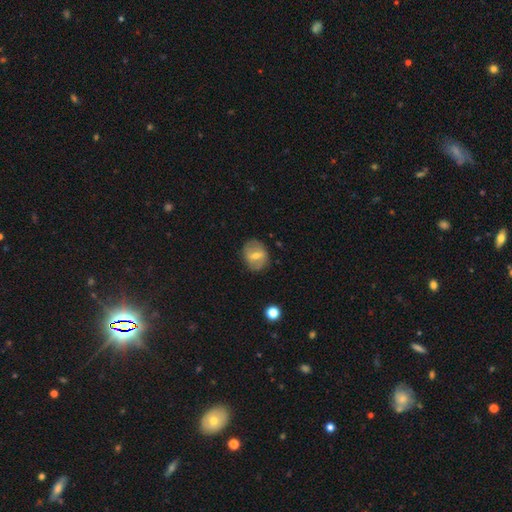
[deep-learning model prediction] Smooth or featured? Predicted: featured or disk (p=0.47). Merging? Predicted: none (p=0.79).